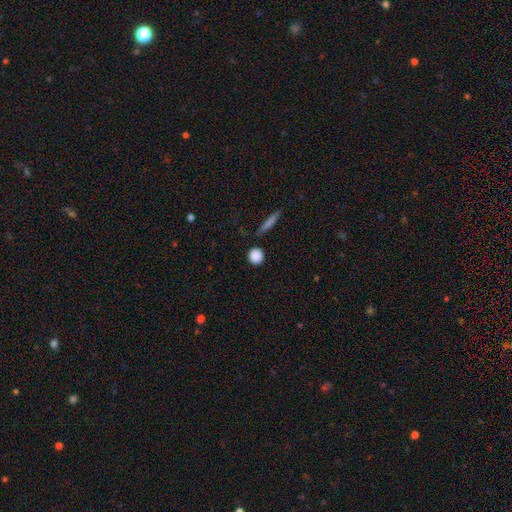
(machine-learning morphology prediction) Overall: smooth (87%). How rounded: round (88%). Merging: none (87%).